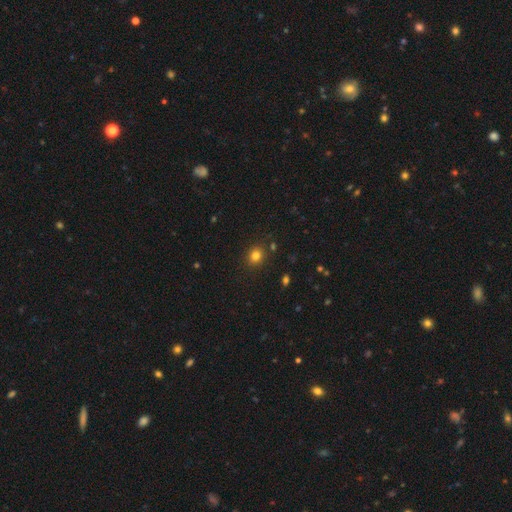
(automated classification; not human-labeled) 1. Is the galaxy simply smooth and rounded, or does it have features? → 80% smooth, 14% star or artifact, 6% featured or disk.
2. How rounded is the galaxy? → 79% round, 20% in between, 1% cigar-shaped.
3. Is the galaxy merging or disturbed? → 87% none, 8% minor disturbance, 3% merger, 2% major disturbance.